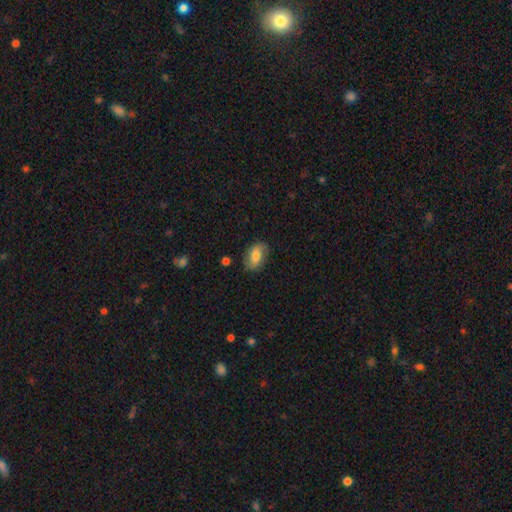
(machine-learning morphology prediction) Smooth or featured?
  - smooth: 71% *
  - featured or disk: 21%
  - star or artifact: 7%
How rounded?
  - in between: 86% *
  - round: 13%
  - cigar-shaped: 2%
Merging?
  - none: 80% *
  - minor disturbance: 15%
  - major disturbance: 4%
  - merger: 2%